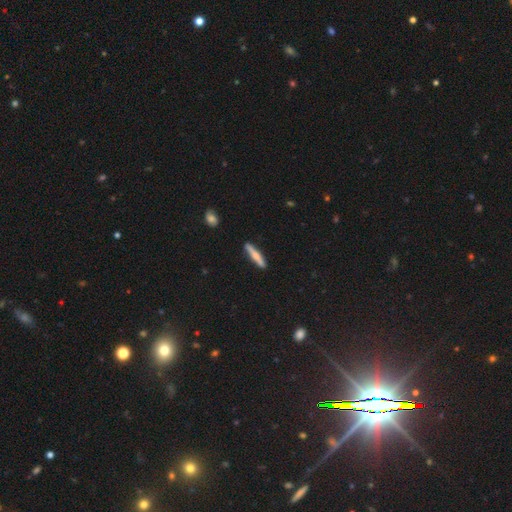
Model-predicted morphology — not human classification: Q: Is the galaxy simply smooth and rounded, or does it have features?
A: smooth — 60%.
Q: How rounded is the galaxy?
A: cigar-shaped — 91%.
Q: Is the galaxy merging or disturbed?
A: none — 88%.